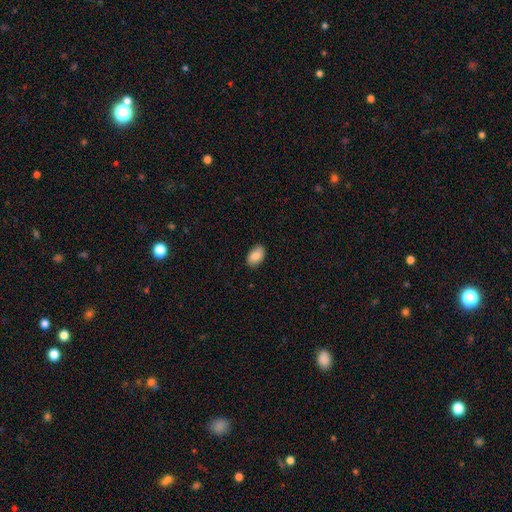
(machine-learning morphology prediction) smooth_or_featured: smooth (p=0.87) [alt: star or artifact p=0.07]
how_rounded: in between (p=0.92) [alt: round p=0.07]
merging: none (p=0.88) [alt: minor disturbance p=0.09]